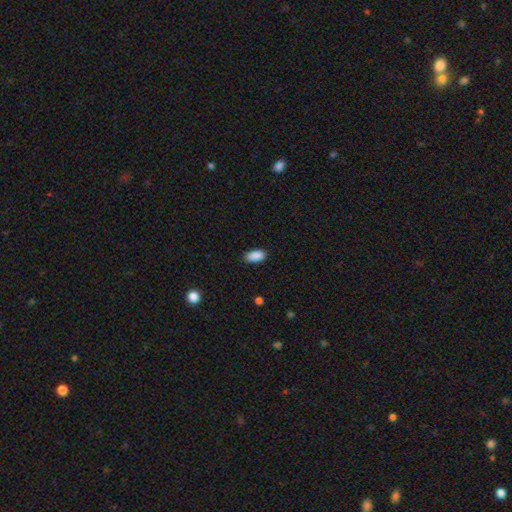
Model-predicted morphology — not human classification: Smooth or featured? Predicted: smooth (p=0.90). How rounded? Predicted: in between (p=0.92). Merging? Predicted: none (p=0.87).